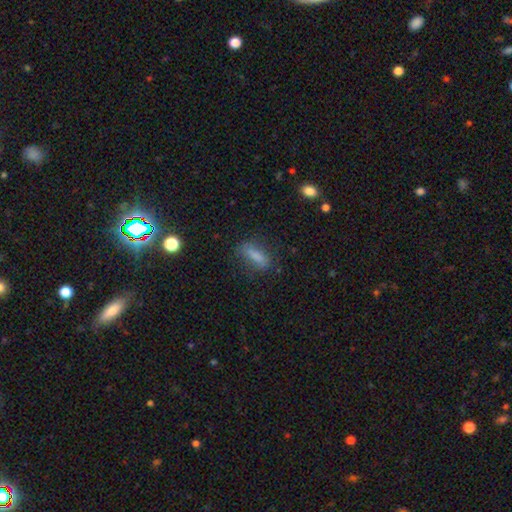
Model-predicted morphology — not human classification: Smooth or featured?
  - smooth: 67% *
  - star or artifact: 18%
  - featured or disk: 15%
How rounded?
  - cigar-shaped: 51% *
  - in between: 44%
  - round: 5%
Merging?
  - none: 73% *
  - minor disturbance: 17%
  - major disturbance: 7%
  - merger: 2%